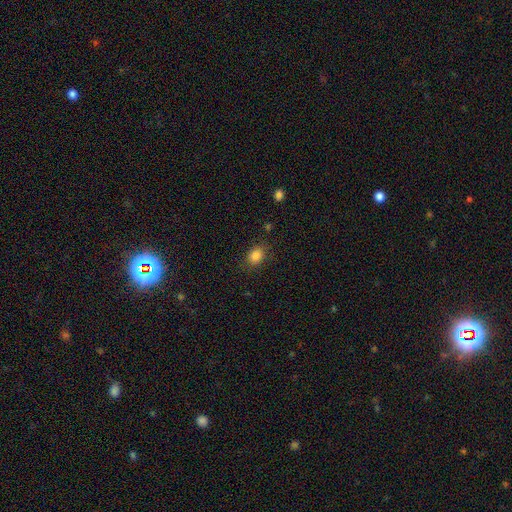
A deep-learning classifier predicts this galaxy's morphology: Overall: smooth (85%). How rounded: in between (60%; round 39%). Merging: none (84%).